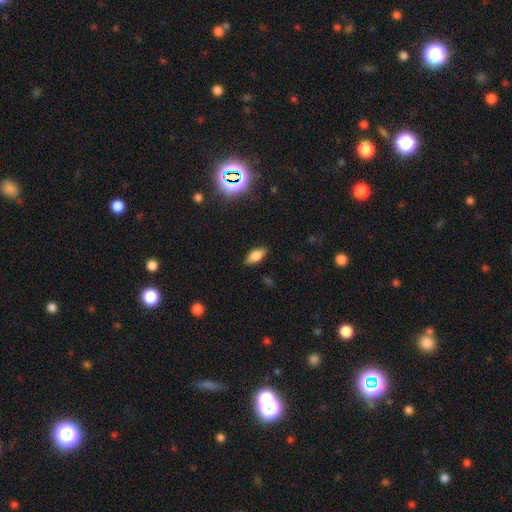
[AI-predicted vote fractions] Morphology: type=smooth (75%); roundness=in between (86%); merging=none (86%).